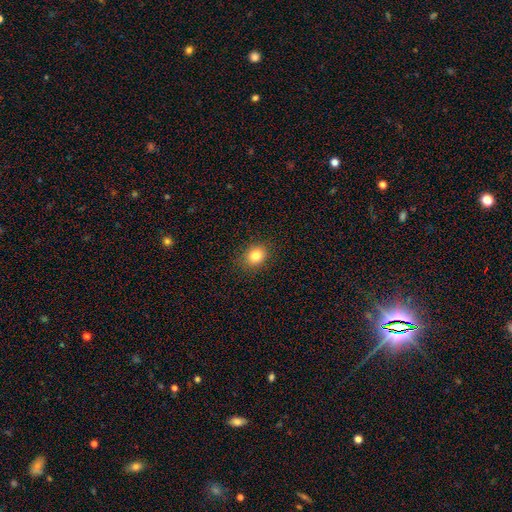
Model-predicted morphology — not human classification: A smooth galaxy with no disk features (83%) that is round (55%).

Vote fractions:
- Smooth or featured? smooth: 83% / star or artifact: 11% / featured or disk: 7%
- How rounded? round: 55% / in between: 44% / cigar-shaped: 1%
- Merging? none: 88% / minor disturbance: 9% / major disturbance: 3% / merger: 1%